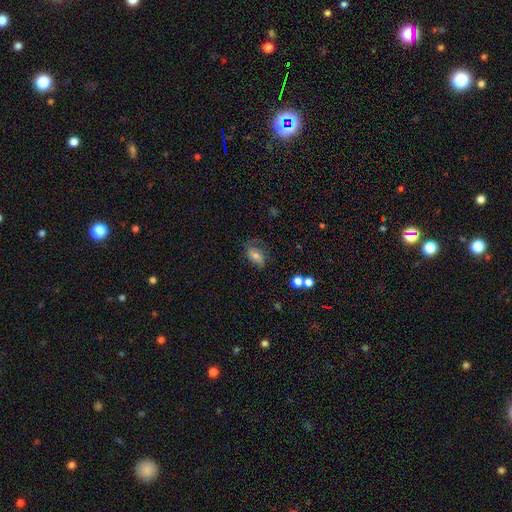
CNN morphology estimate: Q: Smooth or featured?
A: smooth (53%); runner-up: featured or disk (36%)
Q: How rounded?
A: in between (82%); runner-up: round (15%)
Q: Merging?
A: none (56%); runner-up: minor disturbance (26%)